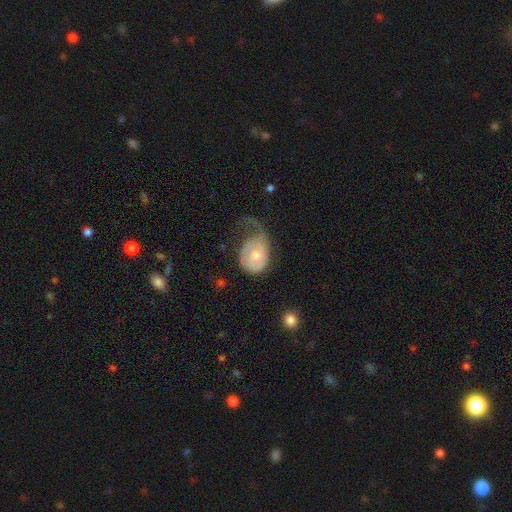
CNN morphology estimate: Smooth or featured? Predicted: smooth (p=0.50). Merging? Predicted: major disturbance (p=0.53).